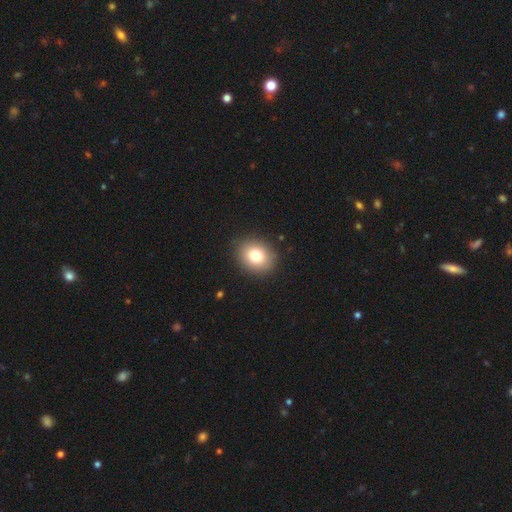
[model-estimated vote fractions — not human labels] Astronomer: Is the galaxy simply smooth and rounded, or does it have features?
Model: smooth — 79%.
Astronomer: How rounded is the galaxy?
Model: round — 58% (runner-up: in between, 41%).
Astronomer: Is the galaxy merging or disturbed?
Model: none — 89%.